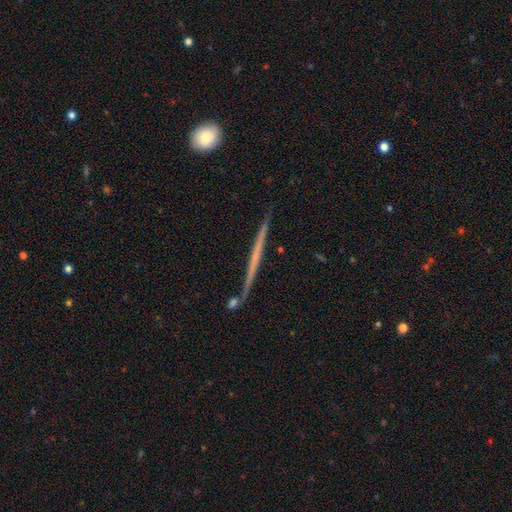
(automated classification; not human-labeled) A featured or disk galaxy (64%) viewed edge-on (97%) with no central bulge (88%). Merging: none (87%).